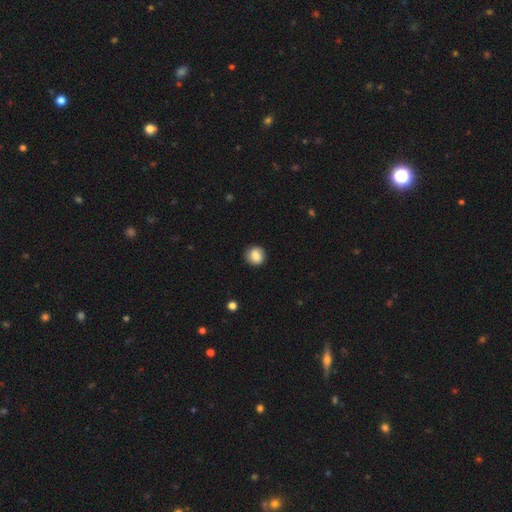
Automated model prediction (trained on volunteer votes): smooth_or_featured: smooth (p=0.84) [alt: star or artifact p=0.08]
how_rounded: round (p=0.83) [alt: in between p=0.16]
merging: none (p=0.88) [alt: minor disturbance p=0.09]